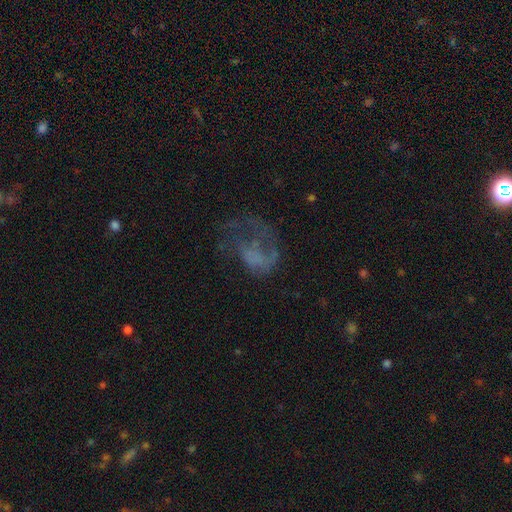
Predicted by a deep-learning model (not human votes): A featured or disk galaxy (53%) with no bar (85%), no spiral arms (63%) and no central bulge (74%).

Vote fractions:
- Smooth or featured? featured or disk: 53% / smooth: 30% / star or artifact: 17%
- Edge-on disk? no: 98% / yes: 2%
- Bar? no: 85% / weak: 12% / strong: 3%
- Spiral arms? no: 63% / yes: 37%
- Bulge size? none: 74% / small: 12% / moderate: 8% / large: 4% / dominant: 2%
- Merging? major disturbance: 54% / none: 27% / minor disturbance: 15% / merger: 4%